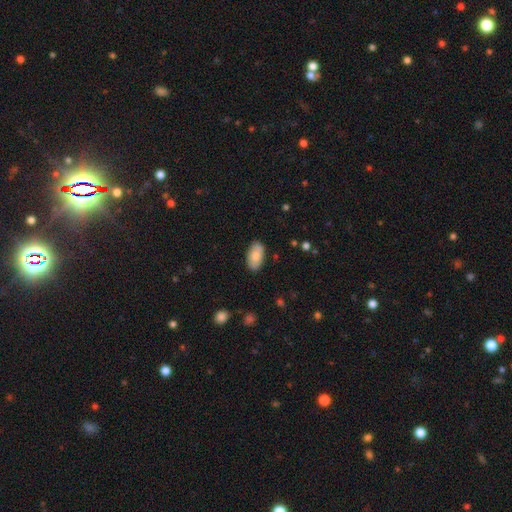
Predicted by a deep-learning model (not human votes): smooth-or-featured: smooth: 81% | featured or disk: 13% | star or artifact: 6%
  how-rounded: in between: 95% | round: 3% | cigar-shaped: 3%
  merging: none: 85% | minor disturbance: 12% | major disturbance: 2% | merger: 1%